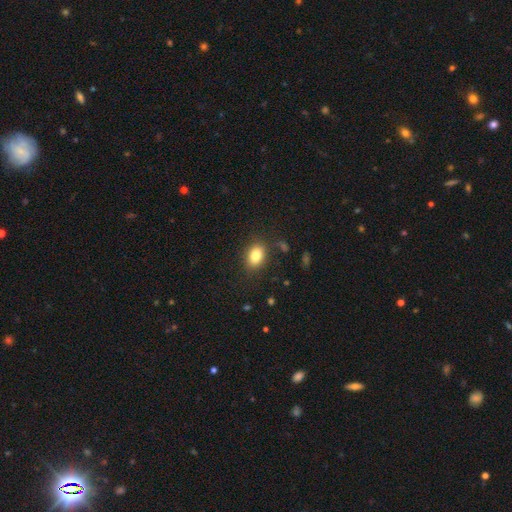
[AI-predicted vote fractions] Smooth or featured? smooth (82%)
How rounded? in between (75%)
Merging? none (83%)